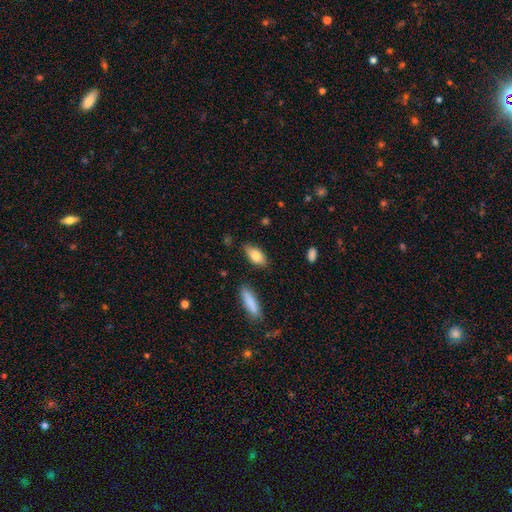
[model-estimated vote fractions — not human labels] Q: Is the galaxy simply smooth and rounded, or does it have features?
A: smooth — 80%.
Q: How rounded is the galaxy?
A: in between — 86%.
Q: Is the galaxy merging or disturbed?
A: none — 82%.